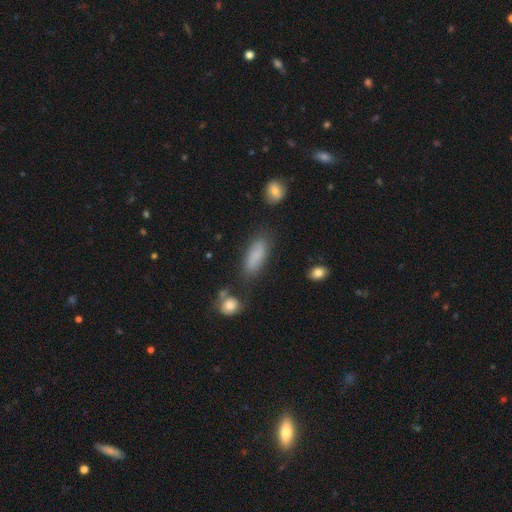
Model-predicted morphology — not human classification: Smooth or featured: smooth — 81% (featured or disk — 10%)
How rounded: in between — 74% (cigar-shaped — 23%)
Merging: none — 70% (minor disturbance — 18%)